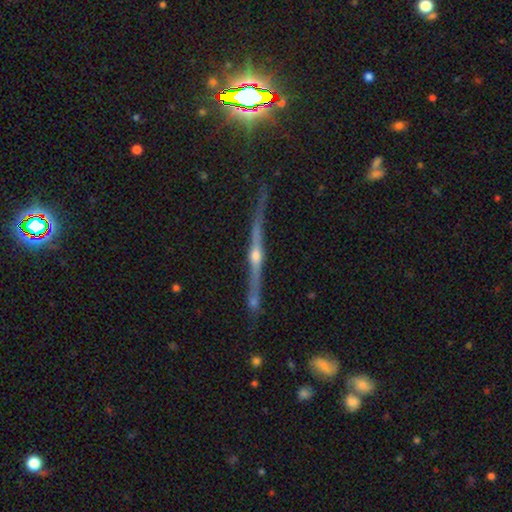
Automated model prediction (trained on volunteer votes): Overall: featured or disk (86%). Edge-on disk: yes (98%). Edge-on bulge: rounded (92%). Merging: none (80%).